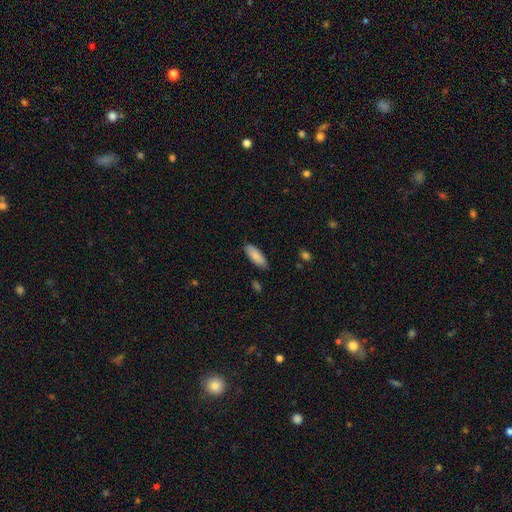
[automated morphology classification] This appears to be a smooth galaxy with no disk features (86%) that is in between round and cigar-shaped (73%). Merging: none (84%).